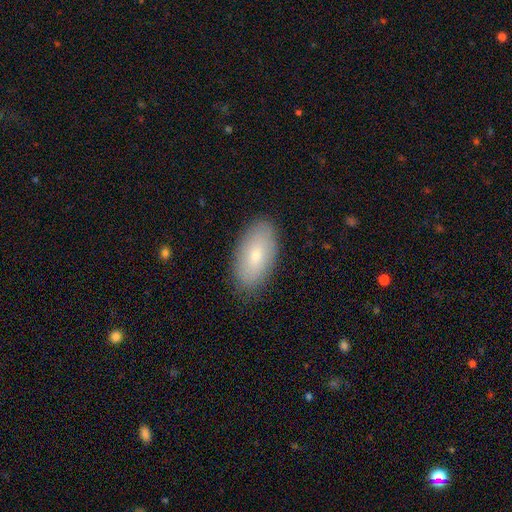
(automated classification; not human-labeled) Smooth or featured? Predicted: smooth (p=0.73). How rounded? Predicted: in between (p=0.94). Merging? Predicted: none (p=0.86).